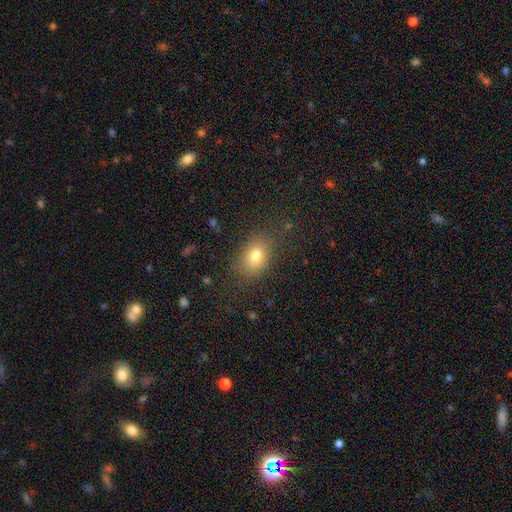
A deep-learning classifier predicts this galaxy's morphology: type=smooth (77%); roundness=in between (70%); merging=none (78%).